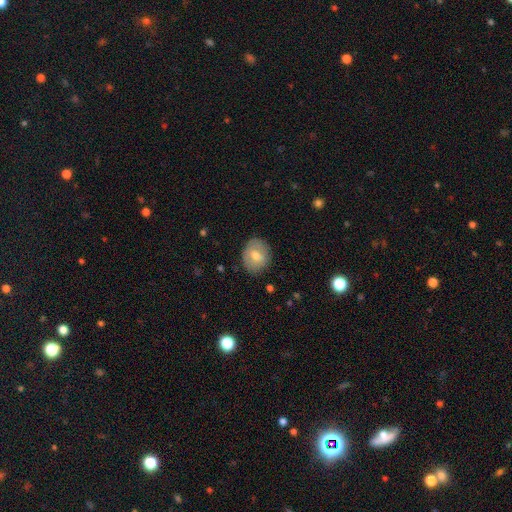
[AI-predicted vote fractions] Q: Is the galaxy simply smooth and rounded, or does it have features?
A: smooth — 62%.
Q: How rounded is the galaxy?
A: round — 59%.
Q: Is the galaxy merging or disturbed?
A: none — 83%.